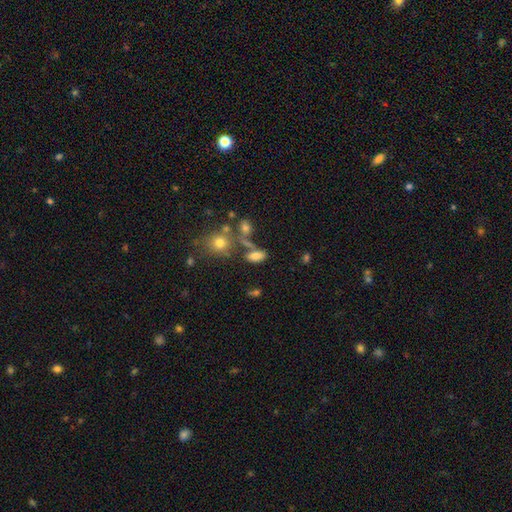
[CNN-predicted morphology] A smooth galaxy with no disk features (77%) that is in between round and cigar-shaped (84%).

Vote fractions:
- Smooth or featured? smooth: 77% / star or artifact: 12% / featured or disk: 11%
- How rounded? in between: 84% / cigar-shaped: 9% / round: 7%
- Merging? none: 57% / merger: 20% / minor disturbance: 15% / major disturbance: 7%